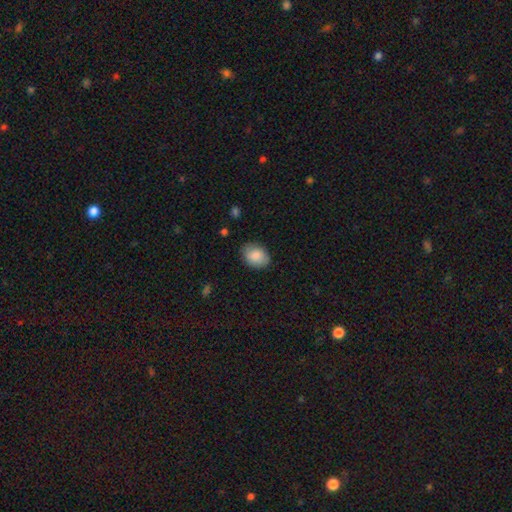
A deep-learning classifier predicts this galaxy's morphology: A smooth galaxy with no disk features (86%) that is in between round and cigar-shaped (71%).

Vote fractions:
- Smooth or featured? smooth: 86% / featured or disk: 7% / star or artifact: 7%
- How rounded? in between: 71% / round: 28% / cigar-shaped: 1%
- Merging? none: 83% / minor disturbance: 14% / major disturbance: 3% / merger: 1%